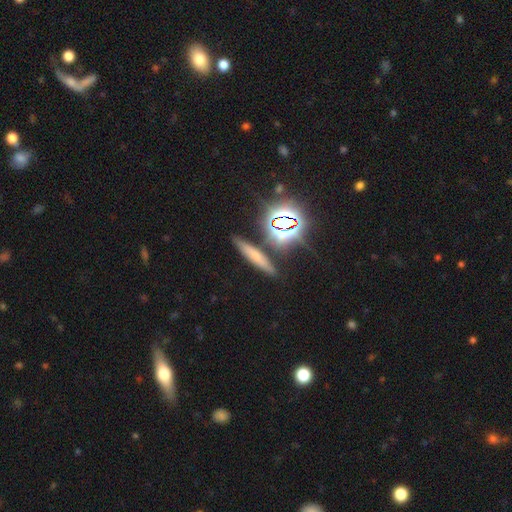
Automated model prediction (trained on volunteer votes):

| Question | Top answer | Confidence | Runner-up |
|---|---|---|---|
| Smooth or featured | smooth | 54% | star or artifact (26%) |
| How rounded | cigar-shaped | 80% | in between (13%) |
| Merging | none | 83% | minor disturbance (9%) |